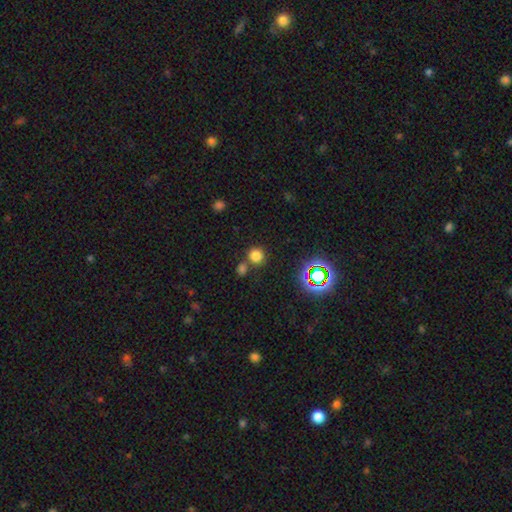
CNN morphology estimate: smooth-or-featured: smooth: 76% | star or artifact: 19% | featured or disk: 6%
  how-rounded: round: 91% | in between: 8% | cigar-shaped: 1%
  merging: none: 72% | merger: 17% | minor disturbance: 8% | major disturbance: 3%